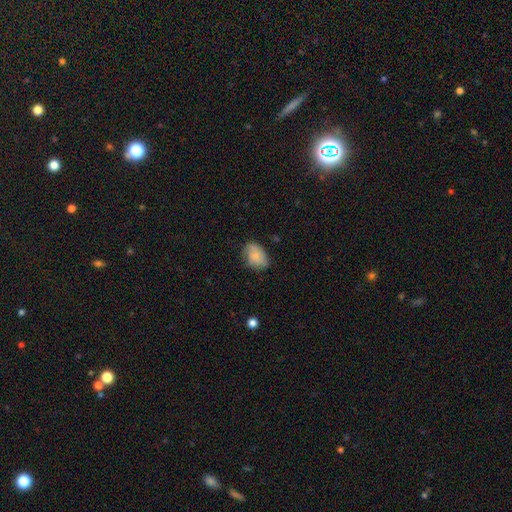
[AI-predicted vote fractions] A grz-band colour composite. It shows a smooth galaxy with no disk features (81%) that is in between round and cigar-shaped (83%). Merging: none (63%).